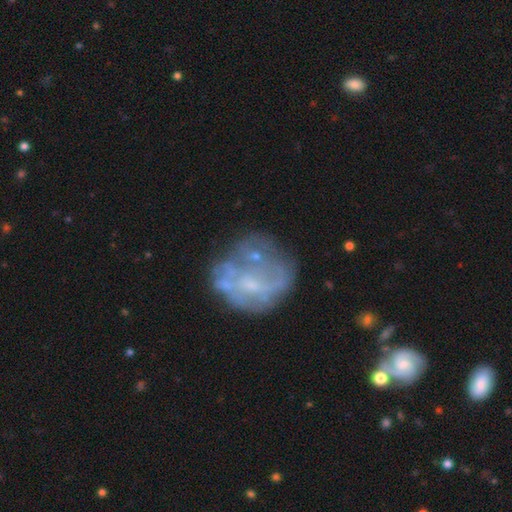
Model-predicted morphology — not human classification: Smooth or featured: featured or disk — 60% (smooth — 29%)
Edge-on disk: no — 98% (yes — 2%)
Bar: no — 72% (weak — 23%)
Spiral arms: no — 75% (yes — 25%)
Bulge size: small — 41% (none — 34%)
Merging: none — 44% (major disturbance — 24%)